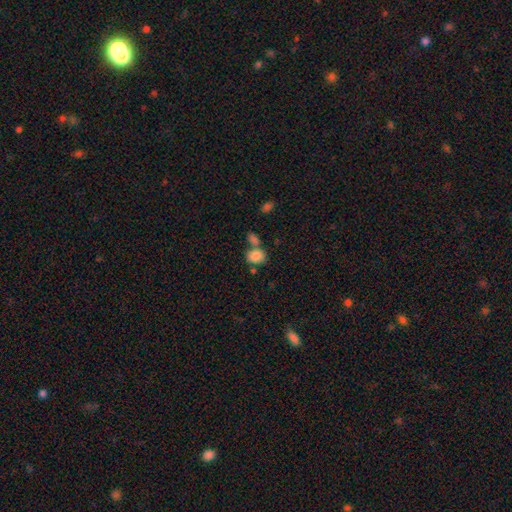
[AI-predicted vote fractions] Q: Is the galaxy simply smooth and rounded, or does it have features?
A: smooth — 84%.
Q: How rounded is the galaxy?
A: in between — 59%.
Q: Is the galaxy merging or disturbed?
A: none — 48%.